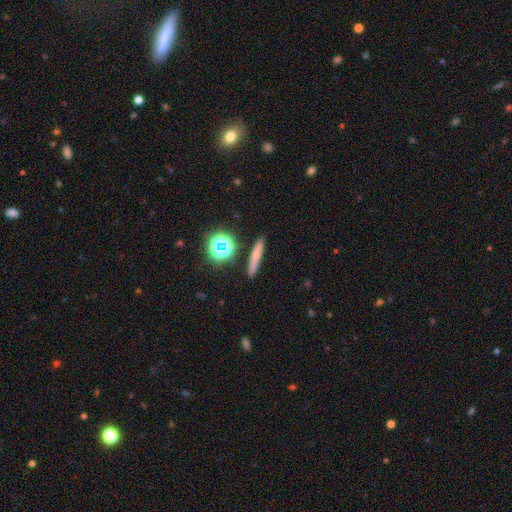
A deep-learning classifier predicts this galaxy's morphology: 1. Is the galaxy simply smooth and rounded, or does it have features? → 64% smooth, 20% featured or disk, 16% star or artifact.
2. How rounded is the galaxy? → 86% cigar-shaped, 7% round, 7% in between.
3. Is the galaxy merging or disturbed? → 88% none, 8% minor disturbance, 3% merger, 2% major disturbance.